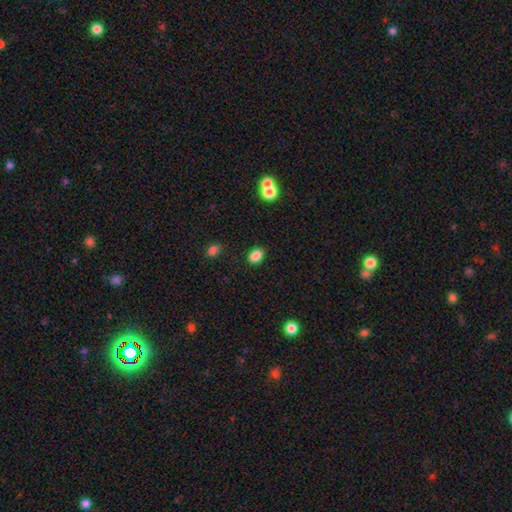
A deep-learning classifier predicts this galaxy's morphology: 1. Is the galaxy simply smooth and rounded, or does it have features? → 86% smooth, 10% star or artifact, 4% featured or disk.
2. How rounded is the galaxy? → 72% in between, 27% round, 1% cigar-shaped.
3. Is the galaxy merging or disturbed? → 87% none, 9% minor disturbance, 3% major disturbance, 2% merger.